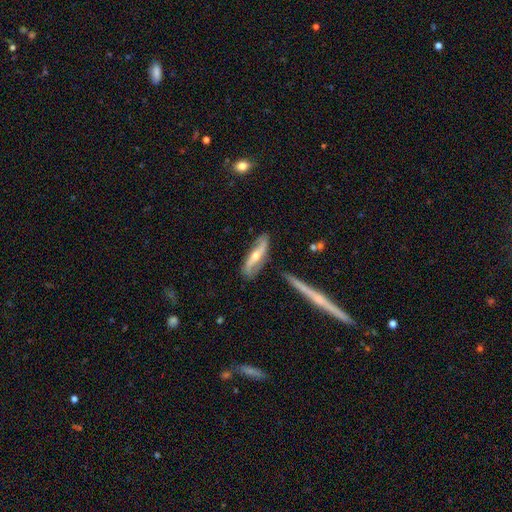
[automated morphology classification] Smooth or featured?
  - featured or disk: 71% *
  - smooth: 24%
  - star or artifact: 5%
Edge-on disk?
  - no: 65% *
  - yes: 35%
Merging?
  - none: 76% *
  - minor disturbance: 15%
  - major disturbance: 5%
  - merger: 4%